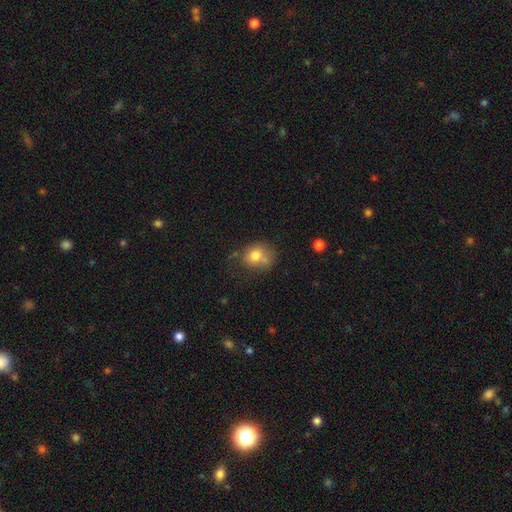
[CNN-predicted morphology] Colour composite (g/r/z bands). It shows a smooth galaxy with no disk features (75%) that is round (61%). Merging: none (48%).